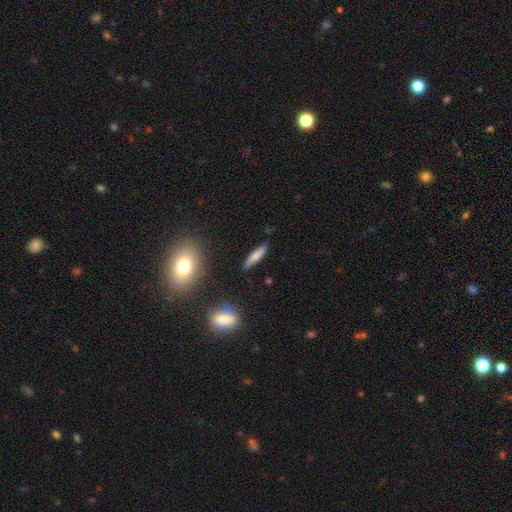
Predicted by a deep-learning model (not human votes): The model was most divided on "smooth or featured": smooth: 69%, featured or disk: 22%, star or artifact: 8%. More confident: how rounded — cigar-shaped (84%); merging — none (82%).